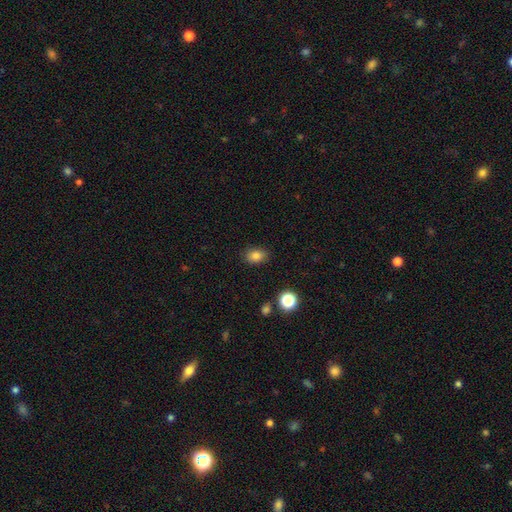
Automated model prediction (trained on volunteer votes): Smooth or featured?
  - smooth: 82% *
  - star or artifact: 12%
  - featured or disk: 6%
How rounded?
  - in between: 73% *
  - round: 26%
  - cigar-shaped: 1%
Merging?
  - none: 85% *
  - minor disturbance: 11%
  - major disturbance: 3%
  - merger: 1%